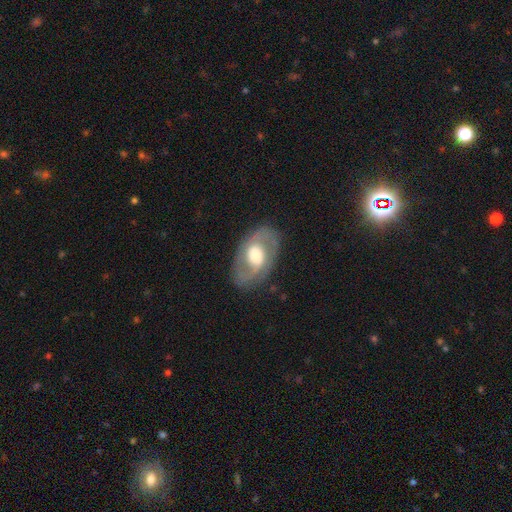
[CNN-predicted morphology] A featured or disk galaxy (73%) with no bar (51%), 2 (86%) medium (49%) spiral arms (79%) and a moderate central bulge (53%).

Vote fractions:
- Smooth or featured? featured or disk: 73% / smooth: 21% / star or artifact: 6%
- Edge-on disk? no: 95% / yes: 5%
- Bar? no: 51% / weak: 36% / strong: 13%
- Spiral arms? yes: 79% / no: 21%
- Spiral winding? medium: 49% / tight: 29% / loose: 21%
- Spiral arm count? 2: 86% / can't tell: 8% / 1: 3% / 3: 1% / 4: 1% / more than 4: 1%
- Bulge size? moderate: 53% / large: 33% / small: 10% / dominant: 3% / none: 2%
- Merging? none: 80% / minor disturbance: 13% / major disturbance: 6% / merger: 1%